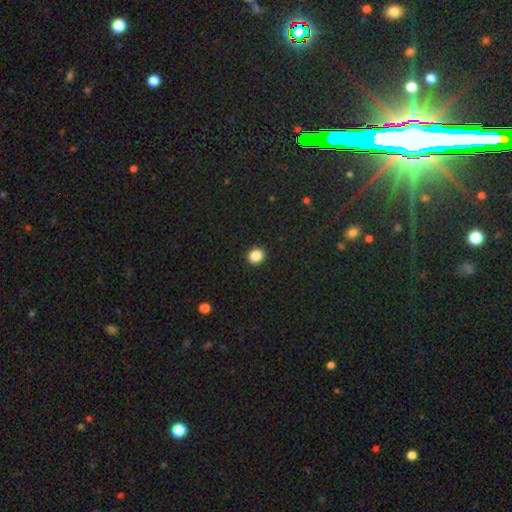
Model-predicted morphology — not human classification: smooth_or_featured: smooth (p=0.87) [alt: star or artifact p=0.10]
how_rounded: round (p=0.80) [alt: in between p=0.19]
merging: none (p=0.92) [alt: minor disturbance p=0.05]